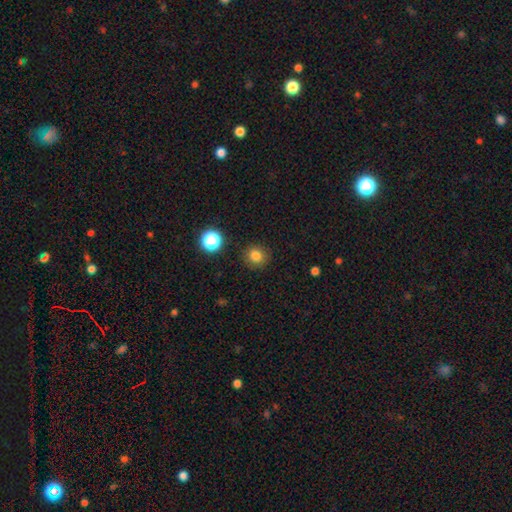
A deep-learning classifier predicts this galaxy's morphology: smooth-or-featured: smooth: 81% | star or artifact: 13% | featured or disk: 6%
  how-rounded: round: 89% | in between: 10% | cigar-shaped: 1%
  merging: none: 89% | minor disturbance: 7% | major disturbance: 2% | merger: 1%